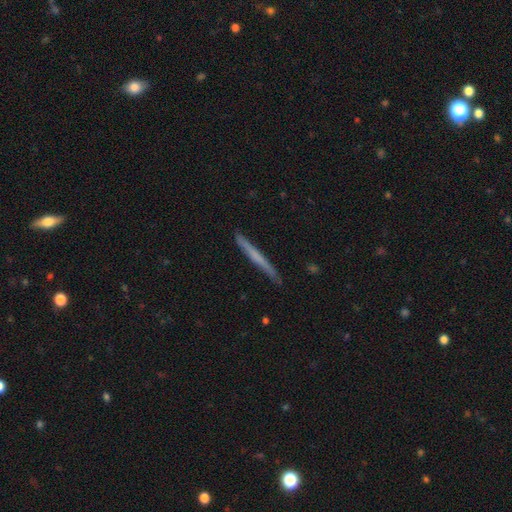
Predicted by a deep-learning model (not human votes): Smooth or featured? featured or disk (47%, tied with smooth)
Merging? none (89%)